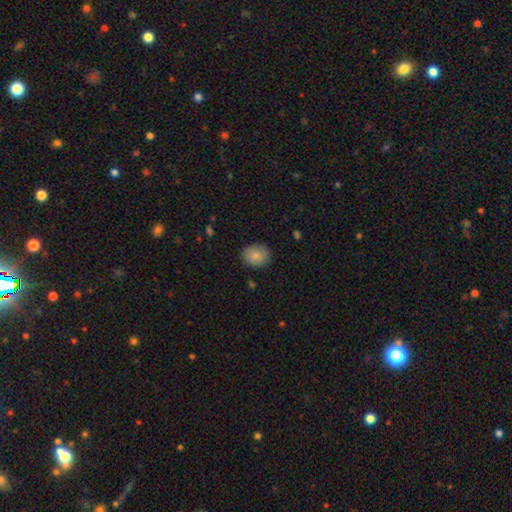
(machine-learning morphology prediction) Overall: smooth (85%). How rounded: round (59%; in between 40%). Merging: none (84%).